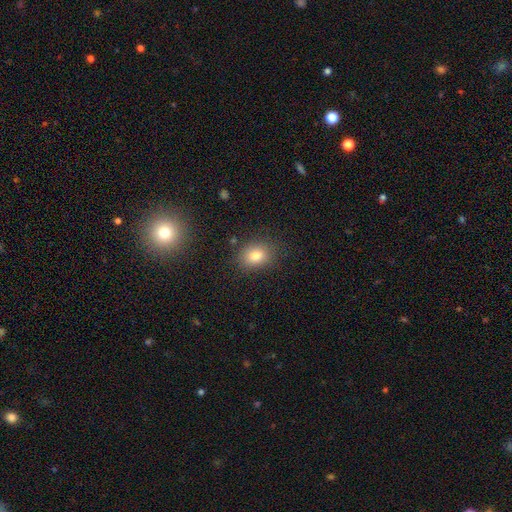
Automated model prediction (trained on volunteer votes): Morphology: type=smooth (80%); roundness=in between (52%); merging=none (83%).